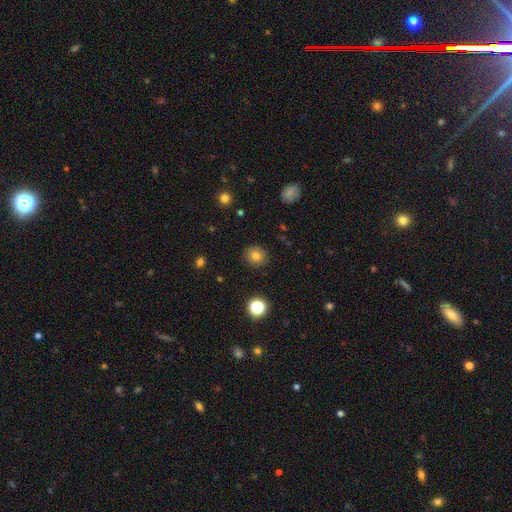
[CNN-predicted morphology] Q: Smooth or featured?
A: smooth (77%); runner-up: star or artifact (13%)
Q: How rounded?
A: round (89%); runner-up: in between (10%)
Q: Merging?
A: none (89%); runner-up: minor disturbance (7%)